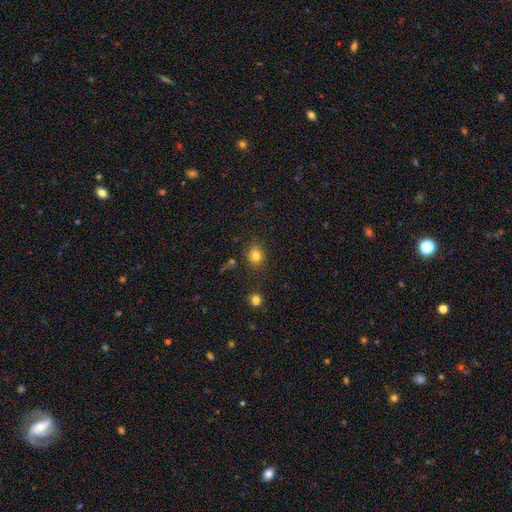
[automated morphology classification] Overall: smooth (80%). How rounded: round (73%). Merging: none (82%).